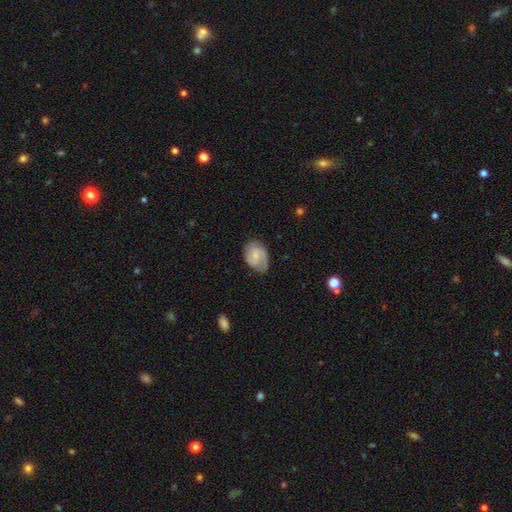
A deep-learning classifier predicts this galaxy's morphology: type=featured or disk (62%); edge-on=no (97%); bar=no (47%); spiral arms=yes (92%); winding=medium (46%); arm count=2 (77%); bulge=small (53%); merging=none (70%).